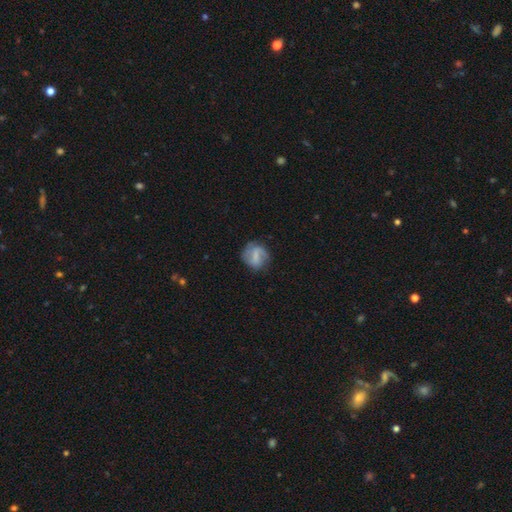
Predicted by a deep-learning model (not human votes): This appears to be a featured or disk galaxy (57%) with a weak bar (46%), spiral arms (80%) and no central bulge (42%). Merging: none (67%).